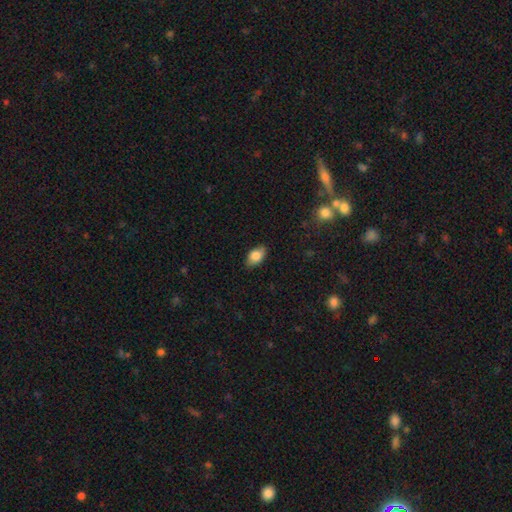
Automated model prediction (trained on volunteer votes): This is clearly a smooth galaxy (82%). How rounded: clearly in between (90%). Merging: clearly none (83%).